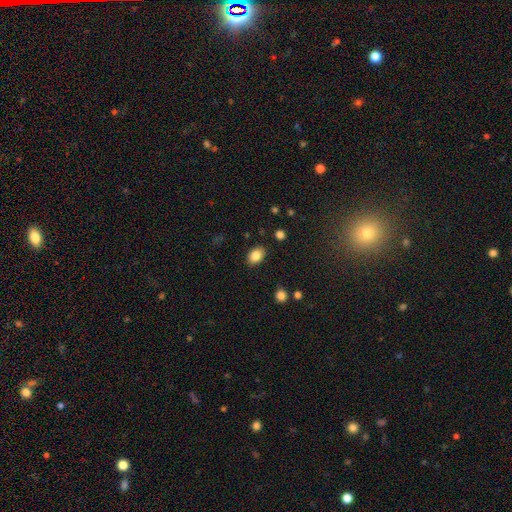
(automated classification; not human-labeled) The model was most divided on "how rounded": in between: 82%, round: 17%, cigar-shaped: 1%. More confident: merging — none (86%); smooth or featured — smooth (85%).